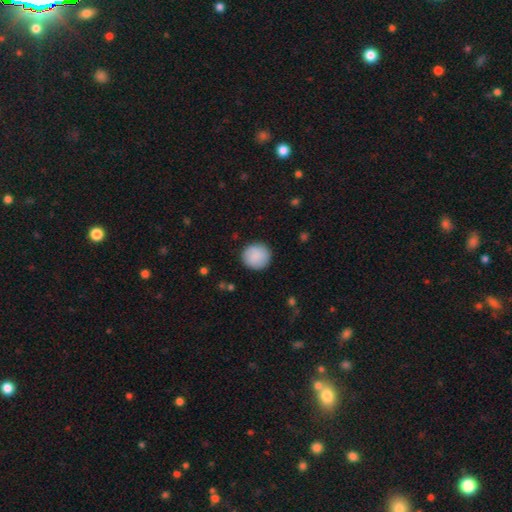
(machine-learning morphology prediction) smooth 89%, star or artifact 6%, featured or disk 5%. Down the decision tree: how rounded — round (94%); merging — none (90%).